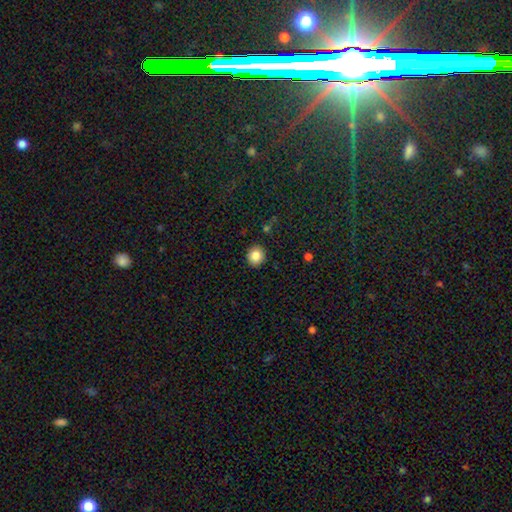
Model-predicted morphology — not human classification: Q: Smooth or featured?
A: smooth (84%); runner-up: star or artifact (10%)
Q: How rounded?
A: round (84%); runner-up: in between (15%)
Q: Merging?
A: none (91%); runner-up: minor disturbance (6%)